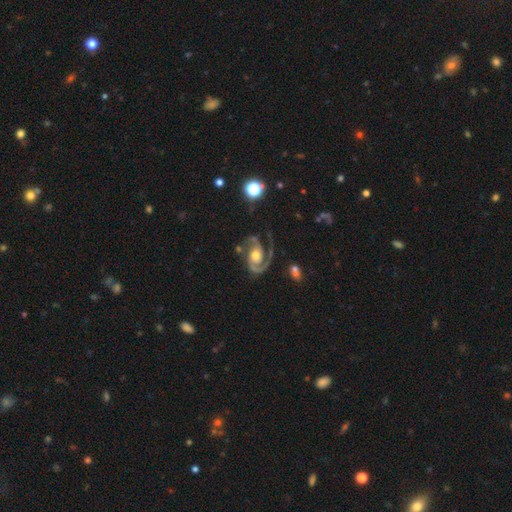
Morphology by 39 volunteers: smooth_or_featured: featured or disk (p=0.95) [alt: smooth p=0.03]
disk_edge_on: no (p=1.00)
bar: no (p=0.84) [alt: strong p=0.08]
has_spiral_arms: yes (p=1.00)
spiral_winding: medium (p=0.62) [alt: tight p=0.30]
spiral_arm_count: 2 (p=0.73) [alt: 1 p=0.27]
bulge_size: moderate (p=0.73) [alt: large p=0.19]
merging: major disturbance (p=0.37) [alt: none p=0.34]